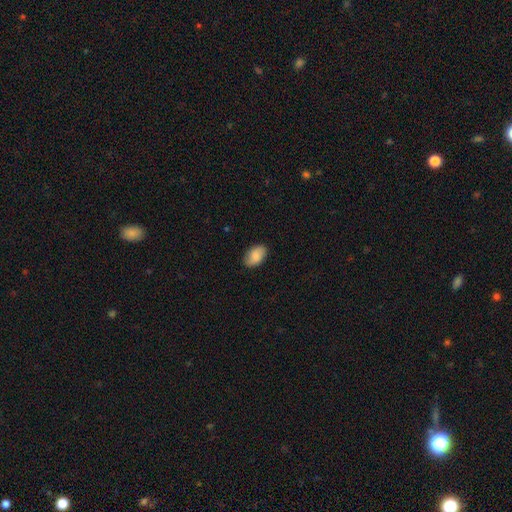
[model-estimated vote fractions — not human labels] Smooth or featured?
  - smooth: 82% *
  - featured or disk: 11%
  - star or artifact: 7%
How rounded?
  - in between: 91% *
  - round: 8%
  - cigar-shaped: 1%
Merging?
  - none: 84% *
  - minor disturbance: 13%
  - major disturbance: 2%
  - merger: 1%